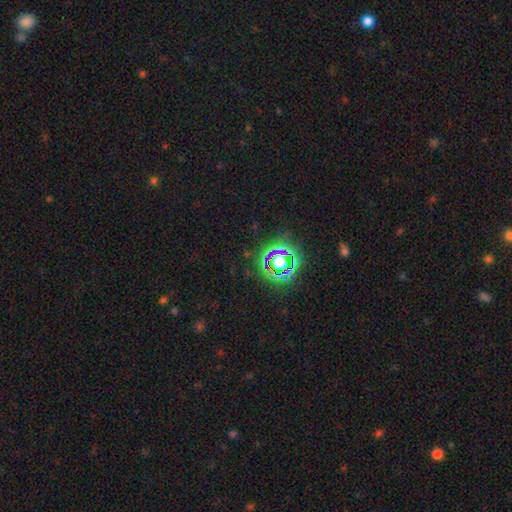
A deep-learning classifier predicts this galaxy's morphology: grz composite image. It shows a star or artifact, not a galaxy (78%).